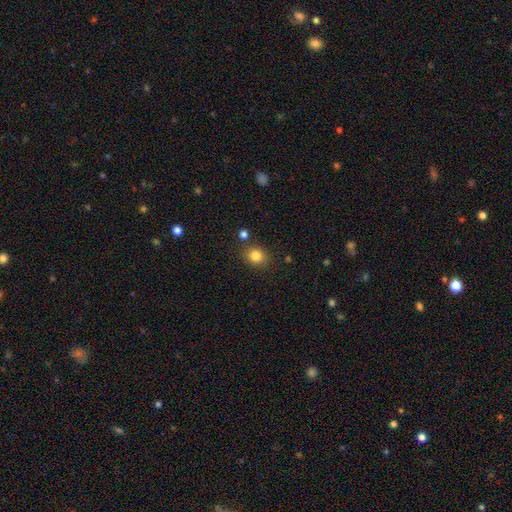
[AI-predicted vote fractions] Smooth or featured?
  - smooth: 82% *
  - star or artifact: 11%
  - featured or disk: 6%
How rounded?
  - round: 68% *
  - in between: 31%
  - cigar-shaped: 1%
Merging?
  - none: 82% *
  - minor disturbance: 10%
  - merger: 5%
  - major disturbance: 3%